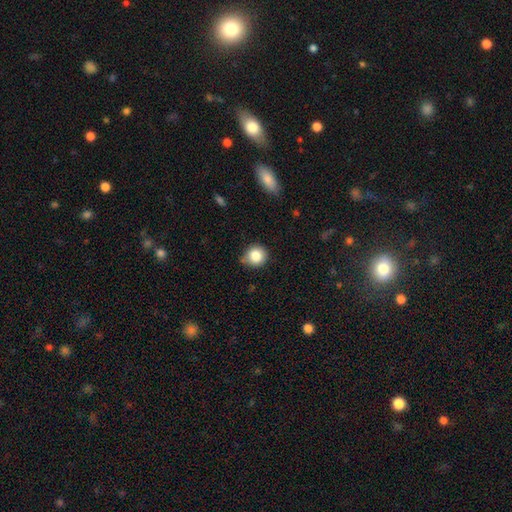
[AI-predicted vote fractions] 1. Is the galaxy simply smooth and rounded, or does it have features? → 83% smooth, 10% star or artifact, 7% featured or disk.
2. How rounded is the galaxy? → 90% round, 9% in between, 1% cigar-shaped.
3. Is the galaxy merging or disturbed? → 75% none, 18% minor disturbance, 3% major disturbance, 3% merger.